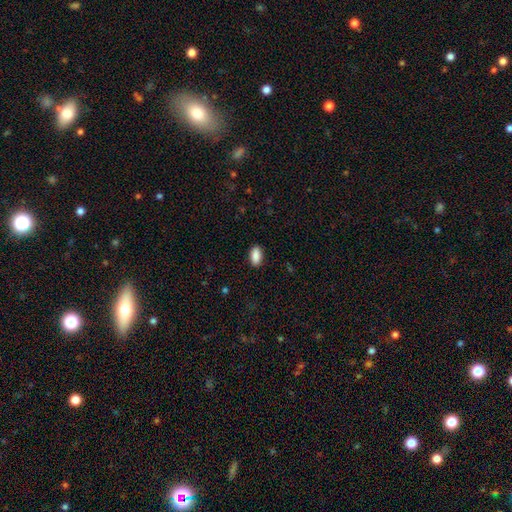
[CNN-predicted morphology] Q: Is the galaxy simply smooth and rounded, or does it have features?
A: smooth — 90%.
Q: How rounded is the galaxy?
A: in between — 90%.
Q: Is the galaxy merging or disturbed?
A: none — 89%.